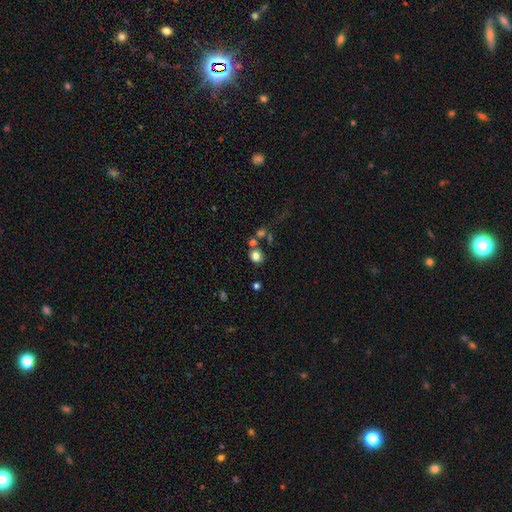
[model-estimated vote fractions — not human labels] smooth 79%, star or artifact 12%, featured or disk 8%. Down the decision tree: how rounded — round (73%); merging — none (68%).